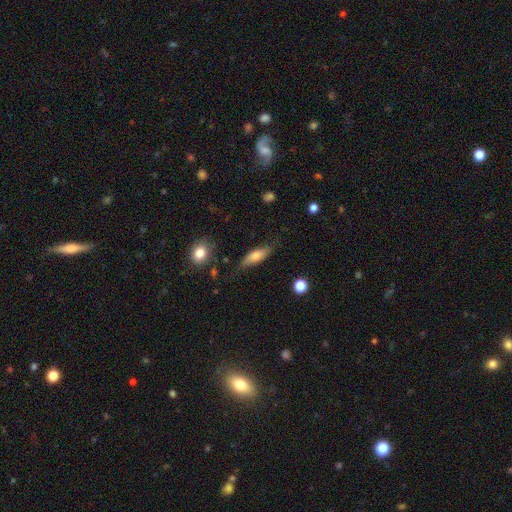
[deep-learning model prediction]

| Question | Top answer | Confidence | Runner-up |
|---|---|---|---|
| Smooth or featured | smooth | 66% | featured or disk (27%) |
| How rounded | in between | 58% | cigar-shaped (38%) |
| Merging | none | 69% | minor disturbance (24%) |